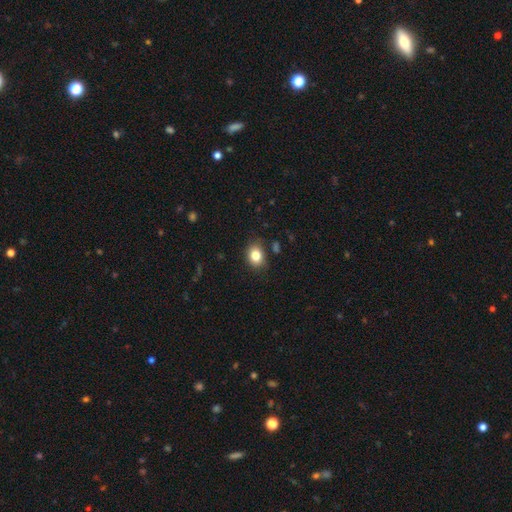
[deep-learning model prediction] Smooth or featured? smooth (82%)
How rounded? in between (53%)
Merging? none (82%)